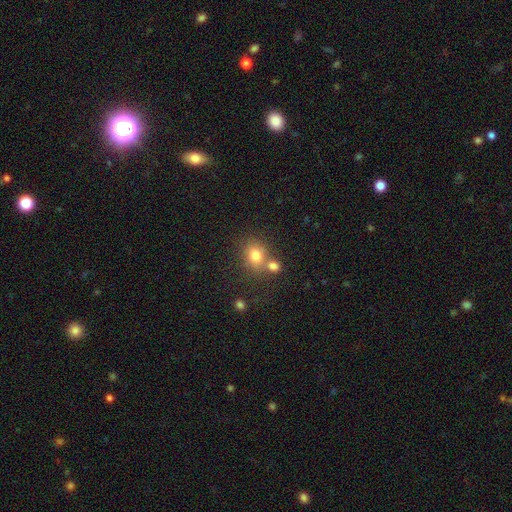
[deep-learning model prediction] A smooth galaxy with no disk features (78%) that is round (64%).

Vote fractions:
- Smooth or featured? smooth: 78% / star or artifact: 12% / featured or disk: 10%
- How rounded? round: 64% / in between: 35% / cigar-shaped: 1%
- Merging? none: 55% / merger: 30% / minor disturbance: 11% / major disturbance: 4%